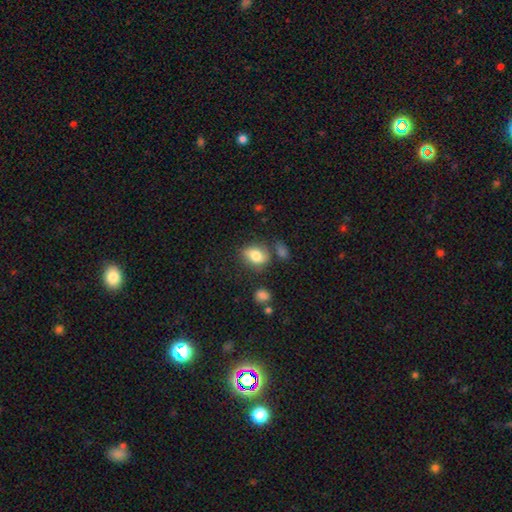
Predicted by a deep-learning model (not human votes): This appears to be a smooth galaxy with no disk features (79%) that is in between round and cigar-shaped (71%). Merging: none (64%).